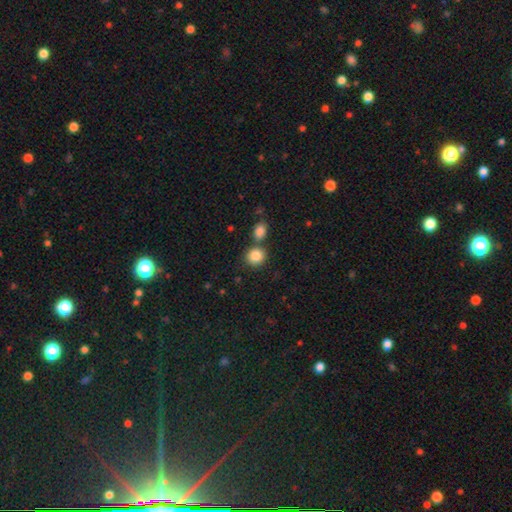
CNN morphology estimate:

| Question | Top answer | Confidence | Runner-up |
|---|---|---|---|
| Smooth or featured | smooth | 86% | star or artifact (9%) |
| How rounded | round | 83% | in between (16%) |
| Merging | none | 65% | merger (24%) |